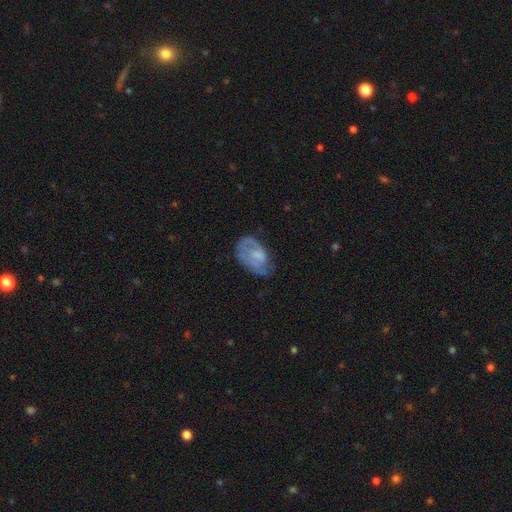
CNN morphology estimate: smooth_or_featured: featured or disk (p=0.50) [alt: smooth p=0.42]
disk_edge_on: no (p=0.95) [alt: yes p=0.05]
merging: none (p=0.50) [alt: minor disturbance p=0.31]